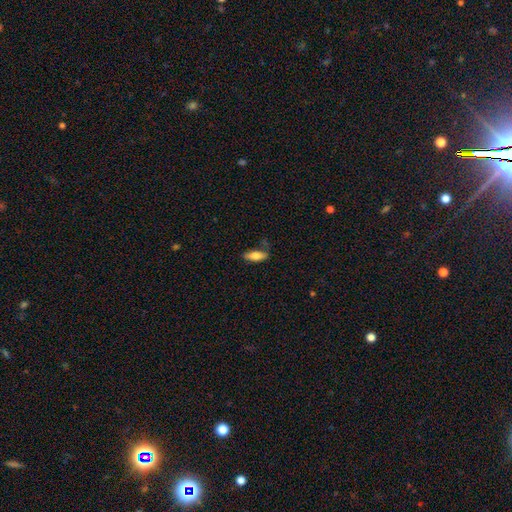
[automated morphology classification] A smooth galaxy with no disk features (79%) that is in between round and cigar-shaped (73%). Merging: none (70%).